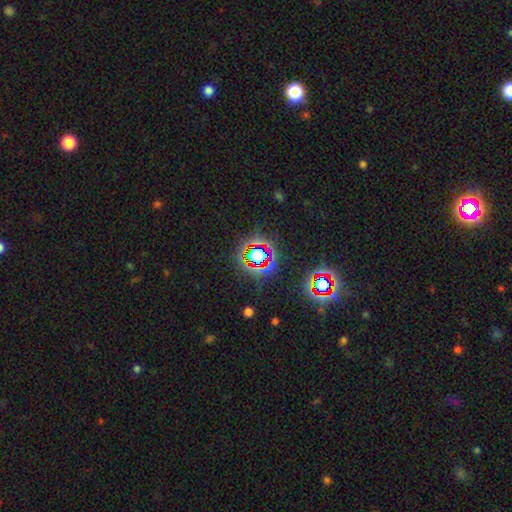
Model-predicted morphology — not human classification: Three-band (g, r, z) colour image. It shows a star or artifact, not a galaxy (68%).